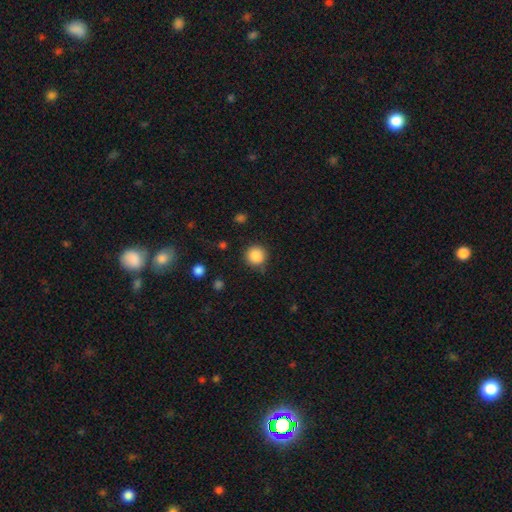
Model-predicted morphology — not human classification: Smooth or featured? smooth (87%)
How rounded? round (94%)
Merging? none (83%)